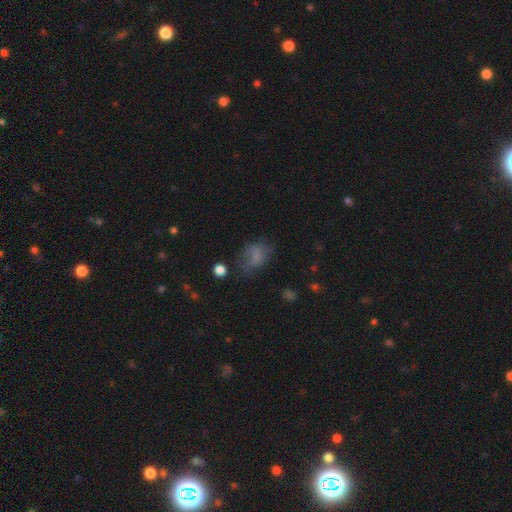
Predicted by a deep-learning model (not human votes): Q: Smooth or featured?
A: smooth (63%); runner-up: featured or disk (21%)
Q: How rounded?
A: in between (73%); runner-up: round (25%)
Q: Merging?
A: none (46%); runner-up: minor disturbance (26%)